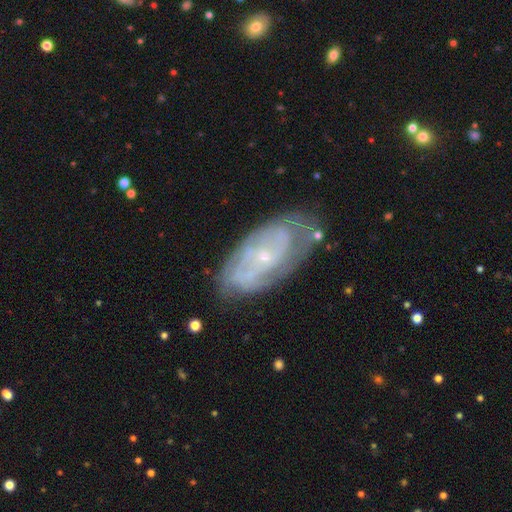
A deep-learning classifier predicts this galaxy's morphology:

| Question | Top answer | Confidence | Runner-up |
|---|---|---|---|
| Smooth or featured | featured or disk | 73% | smooth (19%) |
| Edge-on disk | no | 92% | yes (8%) |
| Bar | no | 66% | weak (28%) |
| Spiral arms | yes | 82% | no (18%) |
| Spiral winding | tight | 60% | medium (30%) |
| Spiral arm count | can't tell | 48% | 2 (28%) |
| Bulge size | small | 78% | moderate (16%) |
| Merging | none | 72% | minor disturbance (19%) |